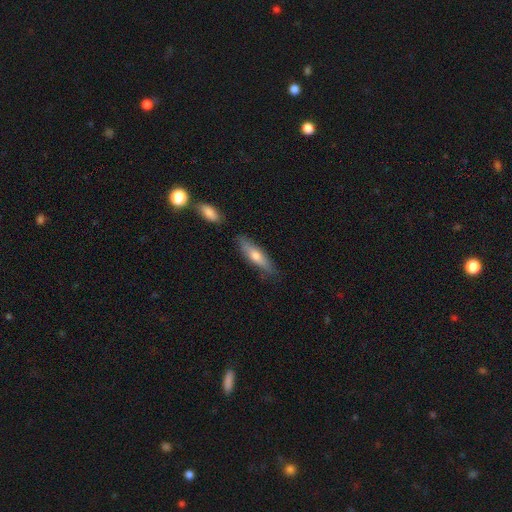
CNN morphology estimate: type=smooth (60%); roundness=cigar-shaped (71%); merging=none (78%).